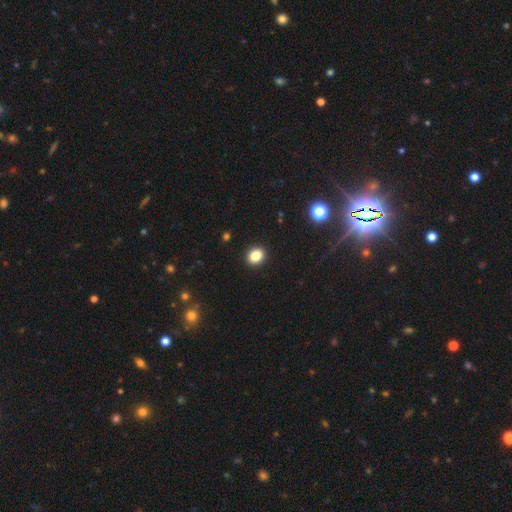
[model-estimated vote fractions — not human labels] This appears to be a smooth galaxy with no disk features (85%) that is round (57%). Merging: none (92%).